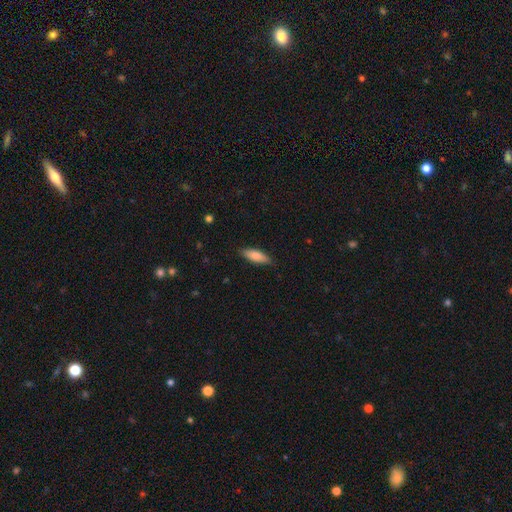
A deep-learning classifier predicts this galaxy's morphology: smooth_or_featured: smooth (p=0.81) [alt: featured or disk p=0.13]
how_rounded: in between (p=0.54) [alt: cigar-shaped p=0.45]
merging: none (p=0.86) [alt: minor disturbance p=0.11]